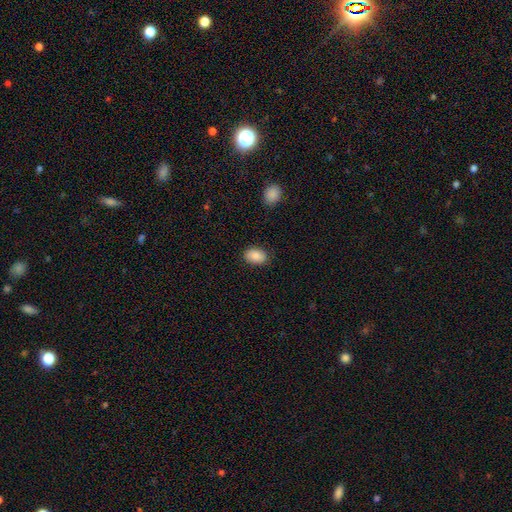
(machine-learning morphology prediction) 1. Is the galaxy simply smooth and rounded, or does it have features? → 86% smooth, 7% star or artifact, 6% featured or disk.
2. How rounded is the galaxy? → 83% in between, 16% round, 1% cigar-shaped.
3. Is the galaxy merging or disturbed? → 85% none, 11% minor disturbance, 3% major disturbance, 1% merger.